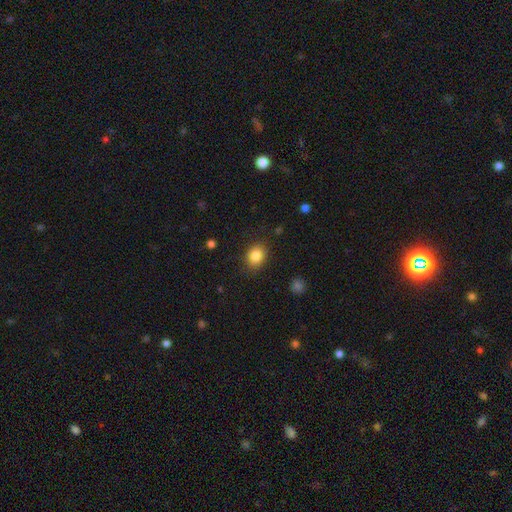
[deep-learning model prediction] smooth-or-featured: smooth: 85% | star or artifact: 9% | featured or disk: 6%
  how-rounded: round: 51% | in between: 48% | cigar-shaped: 1%
  merging: none: 84% | minor disturbance: 11% | major disturbance: 3% | merger: 1%